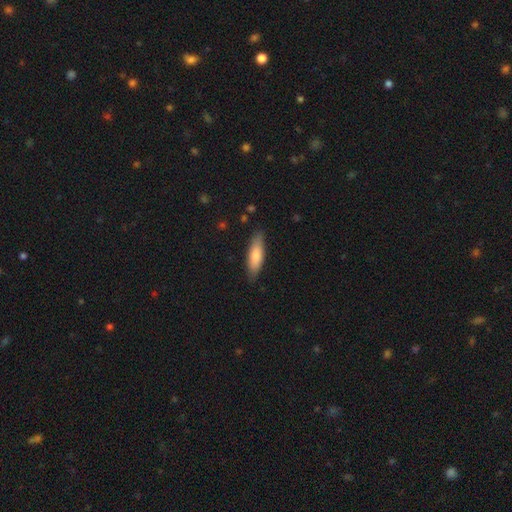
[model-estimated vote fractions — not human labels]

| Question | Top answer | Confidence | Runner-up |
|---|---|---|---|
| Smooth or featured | smooth | 78% | featured or disk (17%) |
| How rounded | cigar-shaped | 51% | in between (47%) |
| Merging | none | 84% | minor disturbance (12%) |